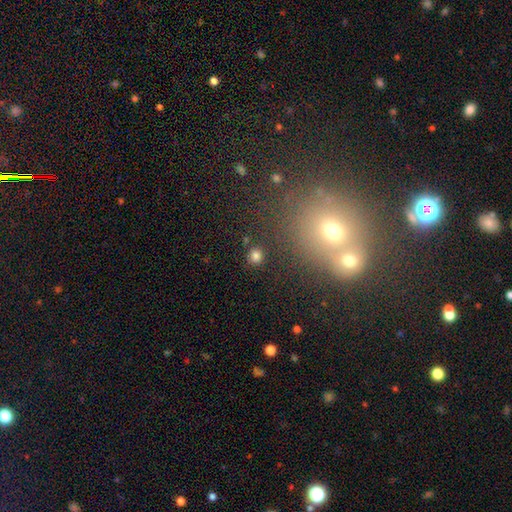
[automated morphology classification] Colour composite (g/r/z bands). It shows a smooth galaxy with no disk features (80%) that is round (90%). Merging: none (87%).